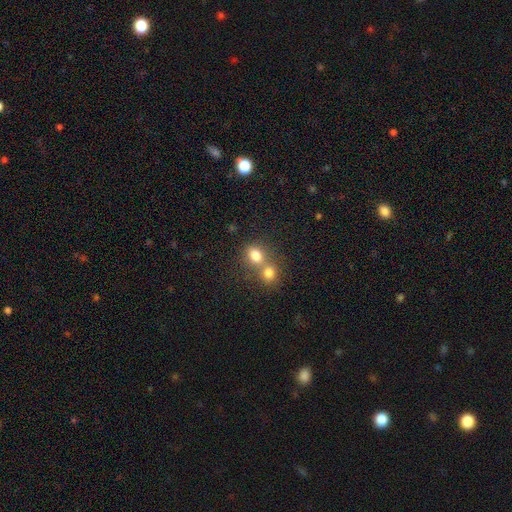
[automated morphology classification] Smooth or featured? smooth (79%)
How rounded? in between (52%)
Merging? merger (55%)